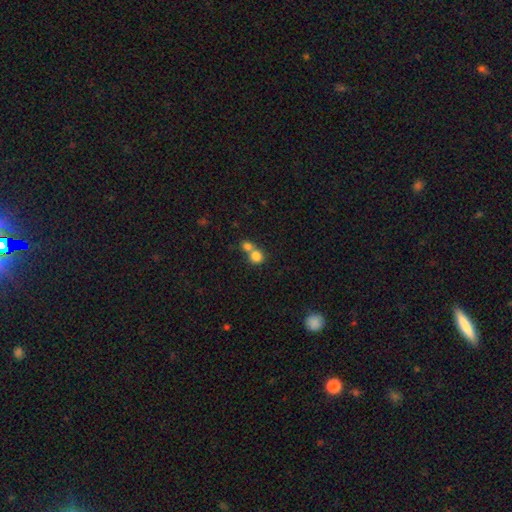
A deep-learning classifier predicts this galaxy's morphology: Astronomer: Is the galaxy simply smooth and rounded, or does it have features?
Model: smooth — 80%.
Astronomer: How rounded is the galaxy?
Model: round — 79%.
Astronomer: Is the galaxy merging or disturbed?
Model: merger — 58% (runner-up: none, 34%).